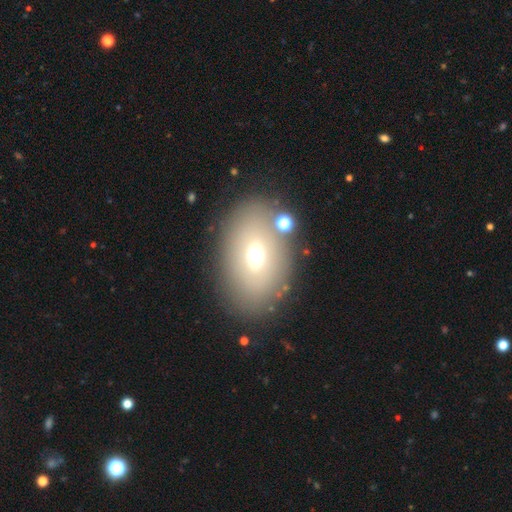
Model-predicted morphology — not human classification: Q: Smooth or featured?
A: smooth (60%); runner-up: featured or disk (27%)
Q: How rounded?
A: in between (83%); runner-up: round (15%)
Q: Merging?
A: none (78%); runner-up: minor disturbance (11%)